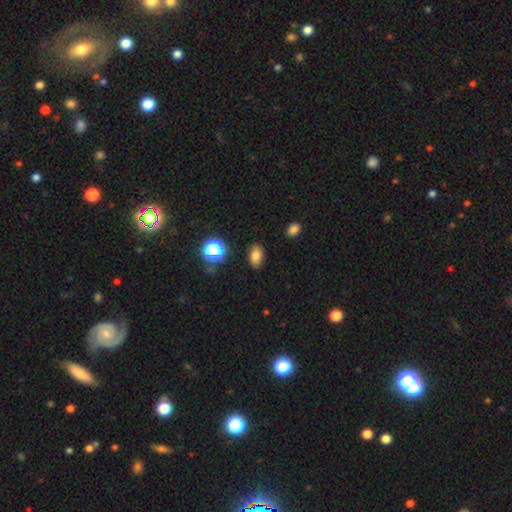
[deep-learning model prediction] This appears to be a smooth galaxy with no disk features (79%) that is in between round and cigar-shaped (85%). Merging: none (87%).